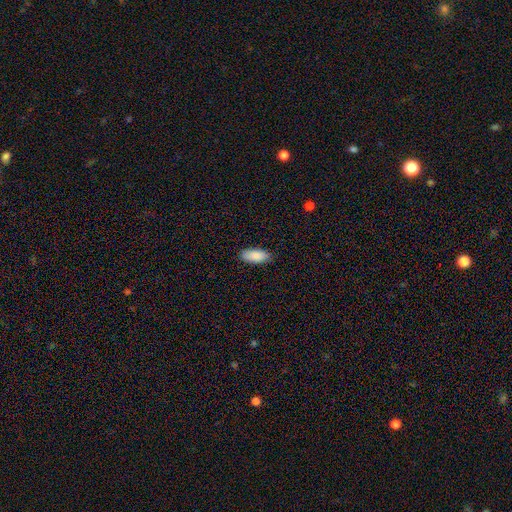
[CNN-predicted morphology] A smooth galaxy with no disk features (89%) that is in between round and cigar-shaped (85%). Merging: none (87%).